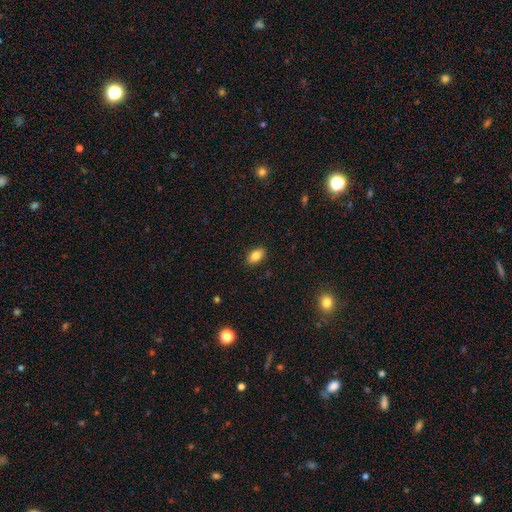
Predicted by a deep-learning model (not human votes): Overall: smooth (84%). How rounded: in between (91%). Merging: none (88%).